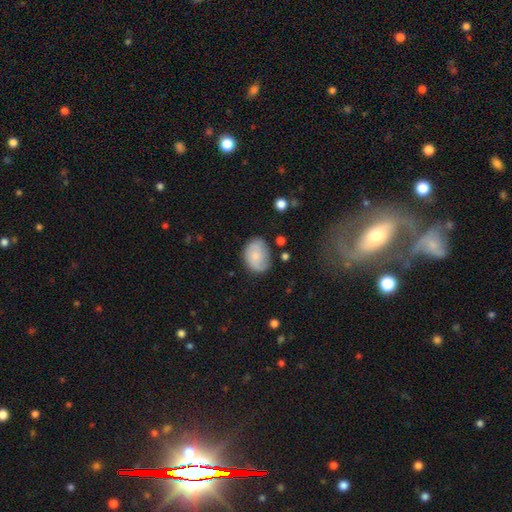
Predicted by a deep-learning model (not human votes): A smooth galaxy with no disk features (59%) that is in between round and cigar-shaped (68%). Merging: none (67%).